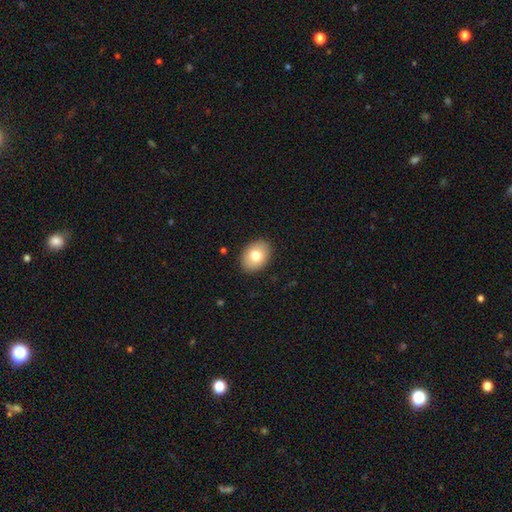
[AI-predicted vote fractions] A smooth galaxy with no disk features (78%) that is in between round and cigar-shaped (74%).

Vote fractions:
- Smooth or featured? smooth: 78% / featured or disk: 14% / star or artifact: 8%
- How rounded? in between: 74% / round: 25% / cigar-shaped: 1%
- Merging? none: 89% / minor disturbance: 8% / major disturbance: 2% / merger: 1%